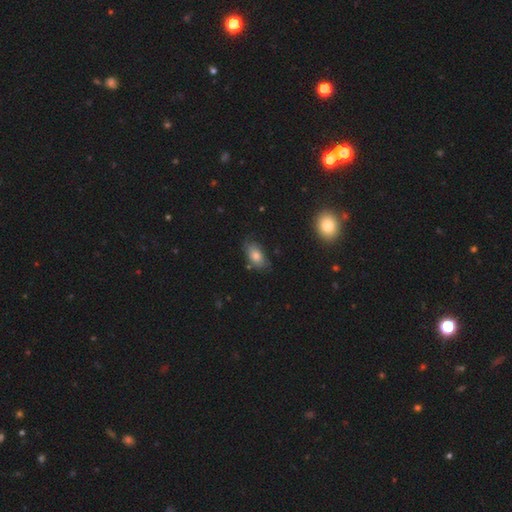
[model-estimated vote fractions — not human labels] A smooth galaxy with no disk features (74%) that is in between round and cigar-shaped (90%). Merging: none (70%).